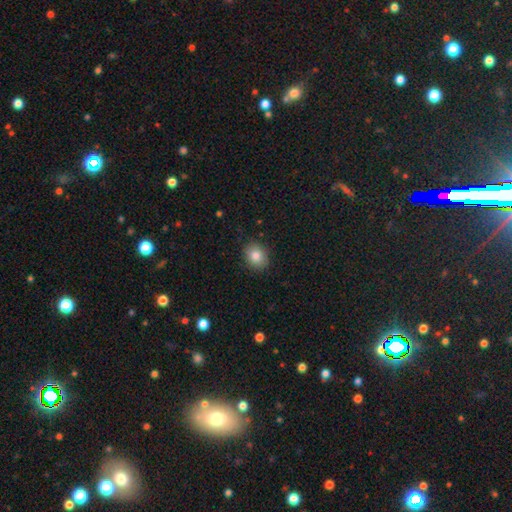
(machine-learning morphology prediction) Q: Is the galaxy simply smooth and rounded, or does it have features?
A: smooth — 84%.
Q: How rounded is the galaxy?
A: round — 55%.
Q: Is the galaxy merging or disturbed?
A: none — 88%.